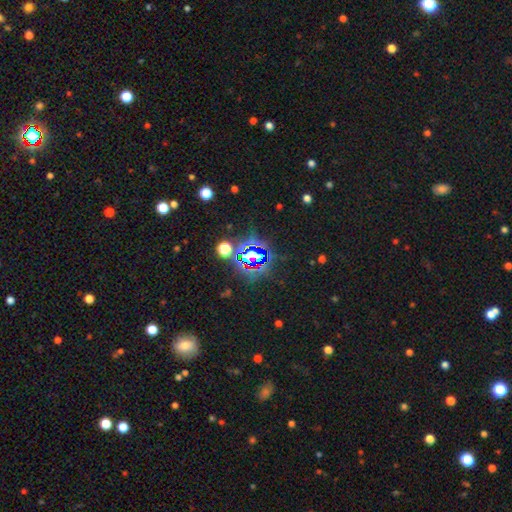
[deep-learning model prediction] Overall: star or artifact (75%).